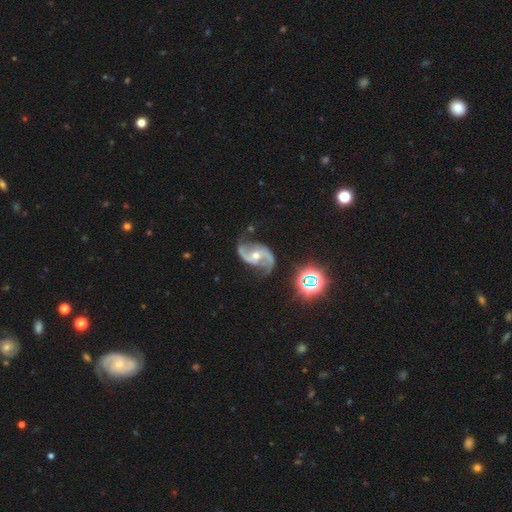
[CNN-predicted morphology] smooth_or_featured: featured or disk (p=0.91) [alt: star or artifact p=0.06]
disk_edge_on: no (p=0.98) [alt: yes p=0.02]
bar: no (p=0.50) [alt: weak p=0.34]
has_spiral_arms: yes (p=0.98) [alt: no p=0.02]
spiral_winding: loose (p=0.55) [alt: medium p=0.37]
spiral_arm_count: 2 (p=0.94) [alt: can't tell p=0.02]
bulge_size: moderate (p=0.64) [alt: small p=0.32]
merging: none (p=0.75) [alt: minor disturbance p=0.16]